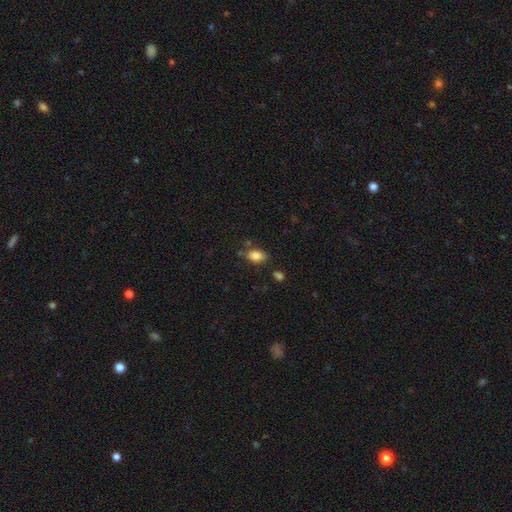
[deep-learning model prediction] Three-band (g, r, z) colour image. It shows a smooth galaxy with no disk features (85%) that is in between round and cigar-shaped (85%). Merging: none (74%).